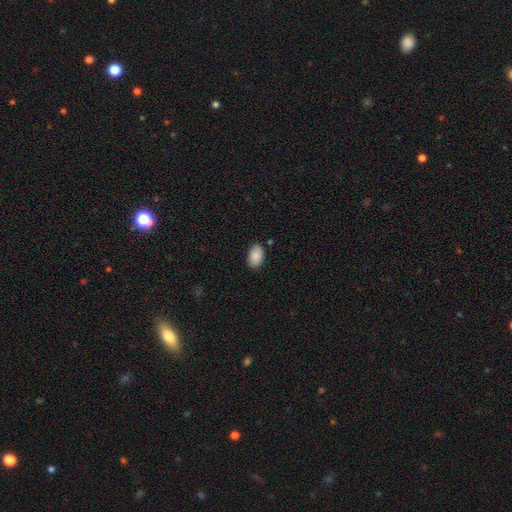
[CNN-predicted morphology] smooth_or_featured: smooth (p=0.88) [alt: star or artifact p=0.07]
how_rounded: in between (p=0.93) [alt: round p=0.06]
merging: none (p=0.82) [alt: minor disturbance p=0.14]